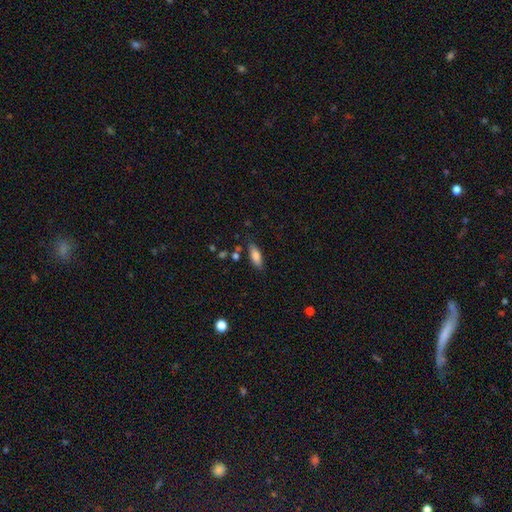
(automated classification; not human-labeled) Smooth or featured?
  - smooth: 80% *
  - featured or disk: 13%
  - star or artifact: 7%
How rounded?
  - in between: 74% *
  - cigar-shaped: 24%
  - round: 2%
Merging?
  - none: 78% *
  - minor disturbance: 14%
  - merger: 4%
  - major disturbance: 3%